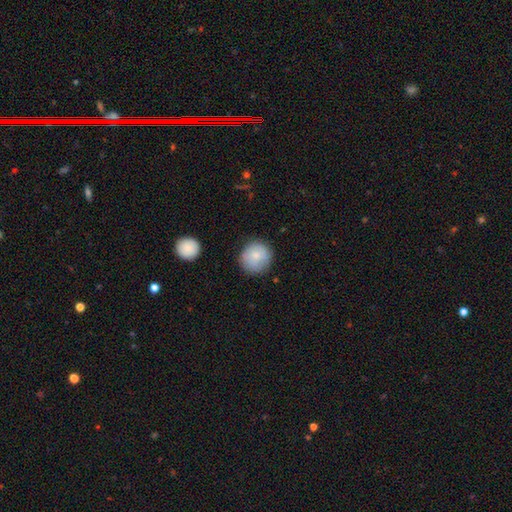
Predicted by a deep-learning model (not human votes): A smooth galaxy with no disk features (79%) that is round (93%).

Vote fractions:
- Smooth or featured? smooth: 79% / featured or disk: 14% / star or artifact: 7%
- How rounded? round: 93% / in between: 6% / cigar-shaped: 1%
- Merging? none: 81% / minor disturbance: 14% / major disturbance: 3% / merger: 2%